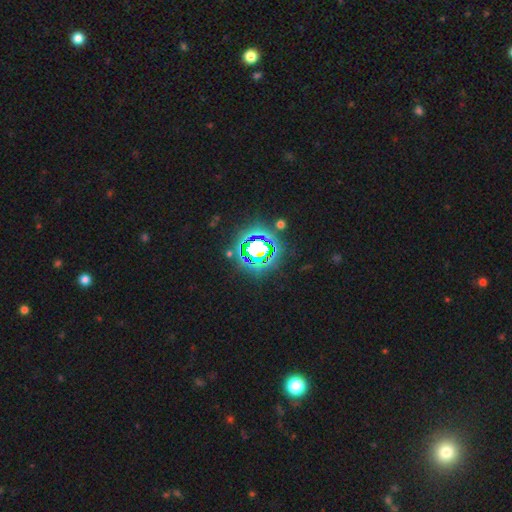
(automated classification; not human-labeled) This appears to be a star or artifact, not a galaxy (79%).